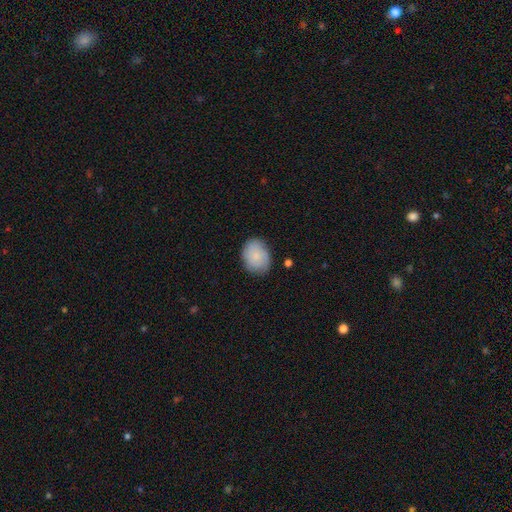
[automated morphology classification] Overall: smooth (81%). How rounded: in between (61%; round 38%). Merging: none (79%).